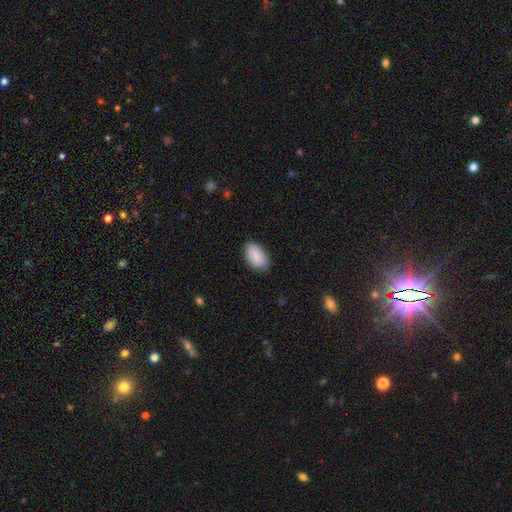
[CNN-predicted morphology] A smooth galaxy with no disk features (85%) that is in between round and cigar-shaped (94%). Merging: none (83%).